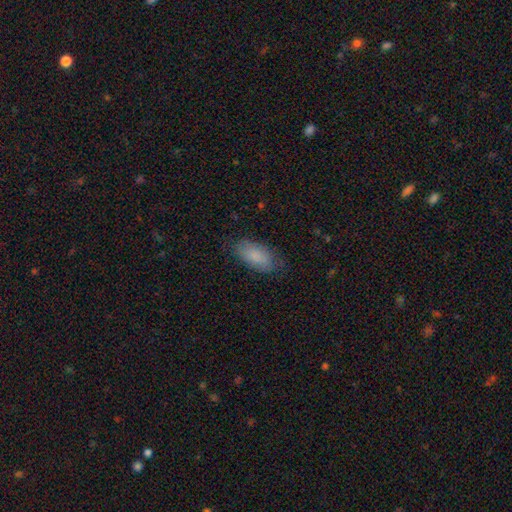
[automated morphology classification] The model was most divided on "merging": none: 79%, minor disturbance: 16%, major disturbance: 4%, merger: 1%. More confident: how rounded — in between (90%); smooth or featured — smooth (86%).